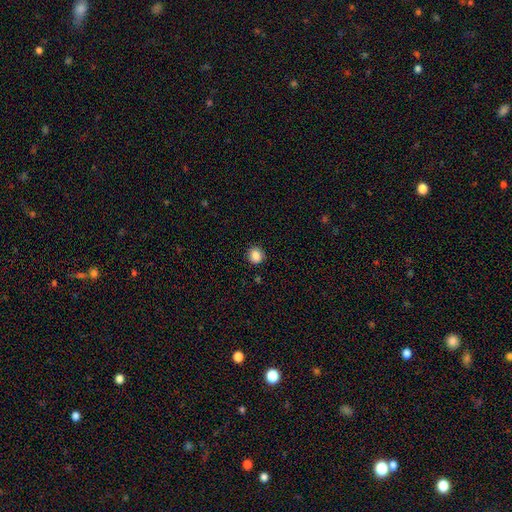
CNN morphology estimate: Q: Smooth or featured?
A: smooth (86%); runner-up: star or artifact (10%)
Q: How rounded?
A: round (84%); runner-up: in between (15%)
Q: Merging?
A: none (89%); runner-up: minor disturbance (8%)